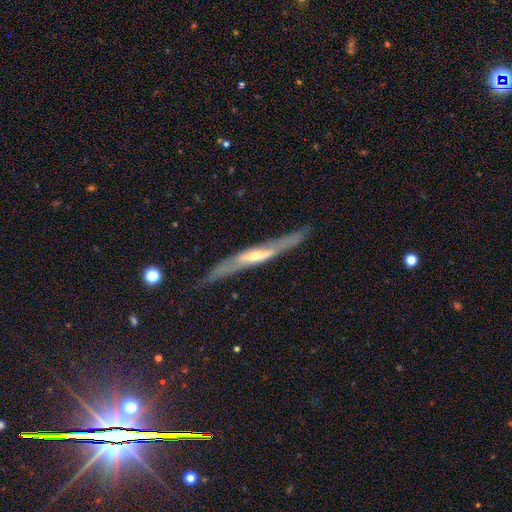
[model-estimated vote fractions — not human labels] This is likely a featured or disk galaxy (72%). It is clearly viewed edge-on (84%). Edge-on bulge: likely rounded (67%). Merging: likely none (78%).